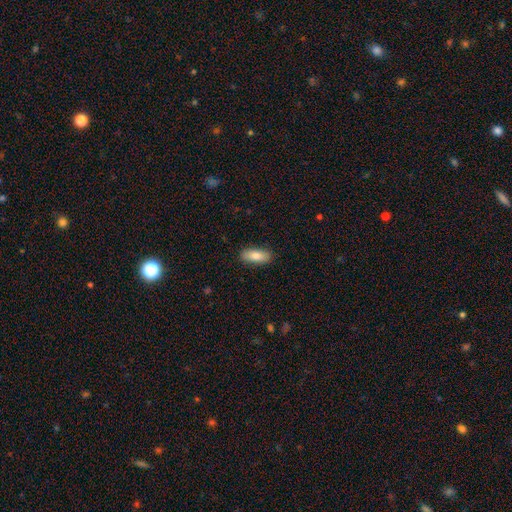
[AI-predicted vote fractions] Smooth or featured? Predicted: smooth (p=0.83). How rounded? Predicted: in between (p=0.83). Merging? Predicted: none (p=0.88).